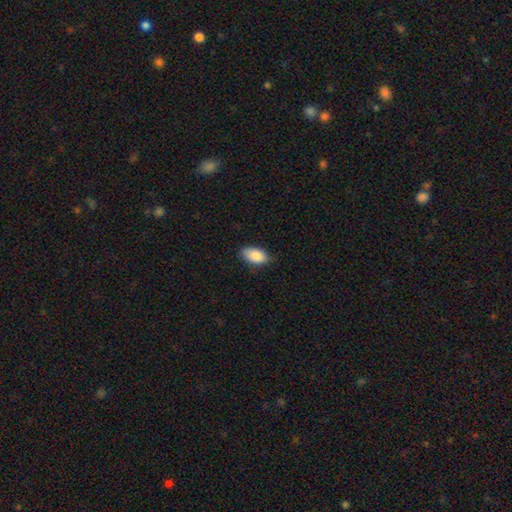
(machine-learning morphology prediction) A smooth galaxy with no disk features (87%) that is in between round and cigar-shaped (94%). Merging: none (79%).